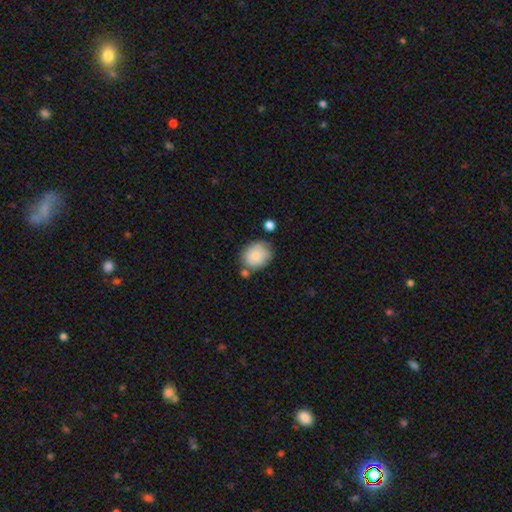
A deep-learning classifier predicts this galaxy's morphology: Smooth or featured: smooth — 76% (featured or disk — 17%)
How rounded: round — 56% (in between — 43%)
Merging: none — 62% (minor disturbance — 22%)